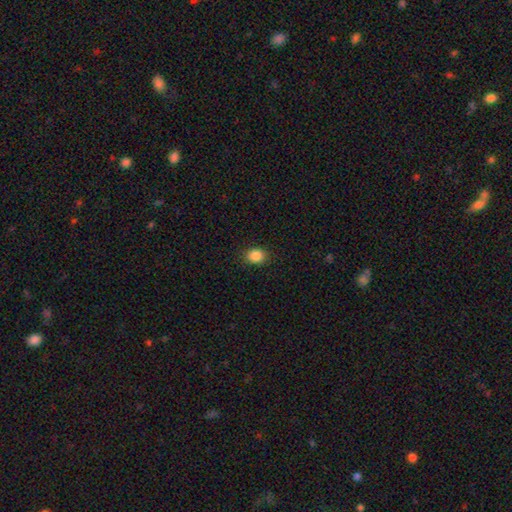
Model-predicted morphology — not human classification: The model was most divided on "how rounded": round: 56%, in between: 43%, cigar-shaped: 1%. More confident: merging — none (88%); smooth or featured — smooth (87%).